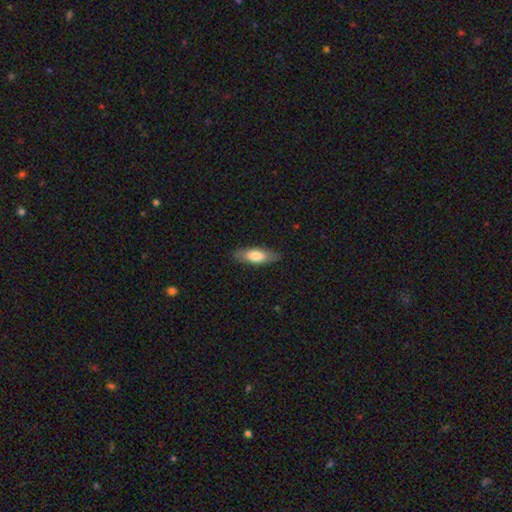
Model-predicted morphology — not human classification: Overall: smooth (71%). How rounded: in between (67%; cigar-shaped 30%). Merging: none (85%).